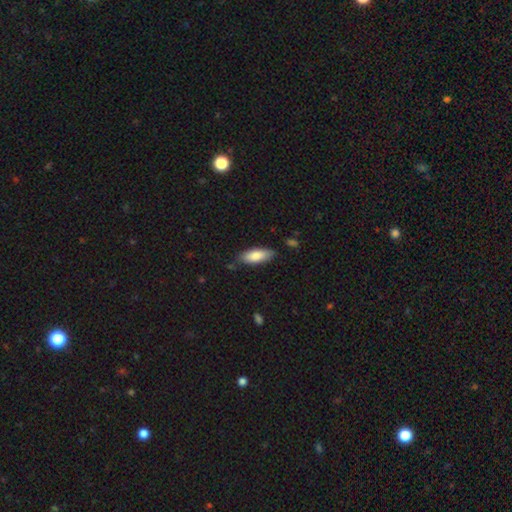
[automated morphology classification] Smooth or featured? Predicted: smooth (p=0.83). How rounded? Predicted: in between (p=0.72). Merging? Predicted: none (p=0.77).